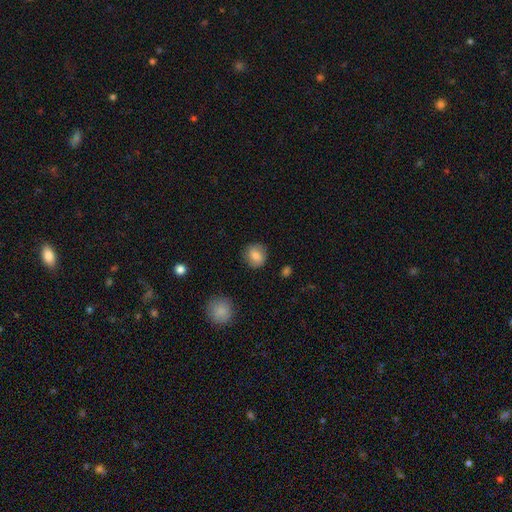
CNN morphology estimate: Smooth or featured: smooth — 79% (featured or disk — 12%)
How rounded: round — 83% (in between — 16%)
Merging: none — 86% (minor disturbance — 10%)